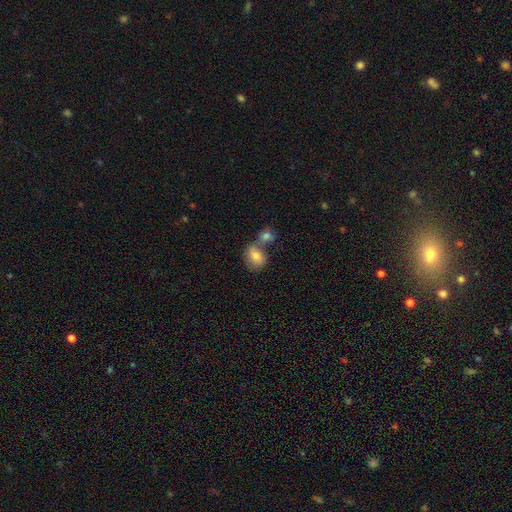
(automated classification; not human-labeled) Smooth or featured: smooth — 77% (featured or disk — 14%)
How rounded: in between — 58% (round — 40%)
Merging: merger — 54% (none — 30%)